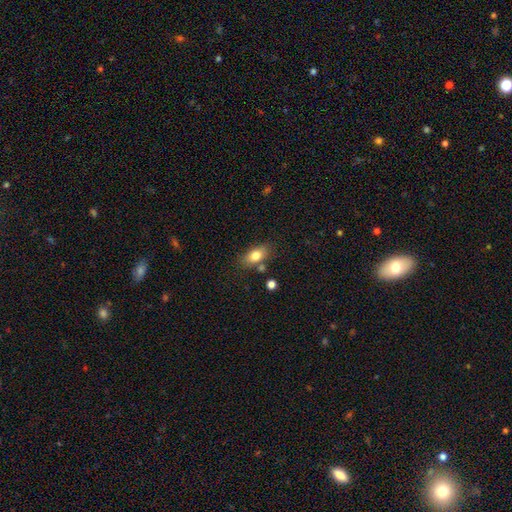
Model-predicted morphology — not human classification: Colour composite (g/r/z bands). It shows a smooth galaxy with no disk features (78%) that is in between round and cigar-shaped (83%). Merging: none (71%).